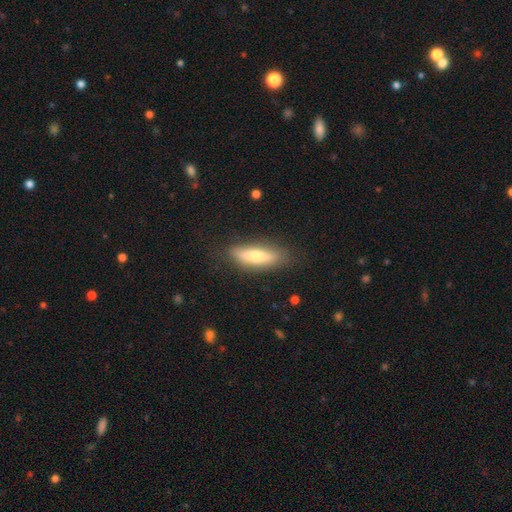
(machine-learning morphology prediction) This appears to be a smooth galaxy with no disk features (67%) that is cigar-shaped (55%). Merging: none (82%).